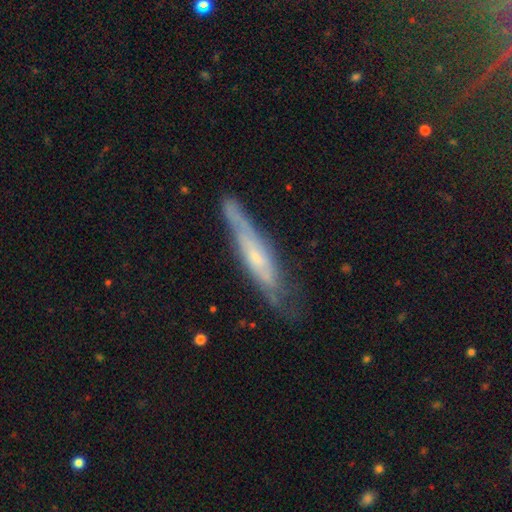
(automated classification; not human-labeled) smooth_or_featured: featured or disk (p=0.64) [alt: smooth p=0.30]
disk_edge_on: yes (p=0.68) [alt: no p=0.32]
merging: none (p=0.64) [alt: minor disturbance p=0.26]